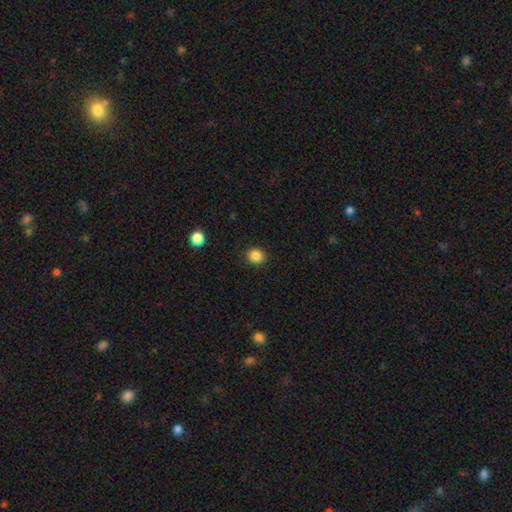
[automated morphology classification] The model was most divided on "how rounded": round: 81%, in between: 18%, cigar-shaped: 1%. More confident: merging — none (91%); smooth or featured — smooth (85%).